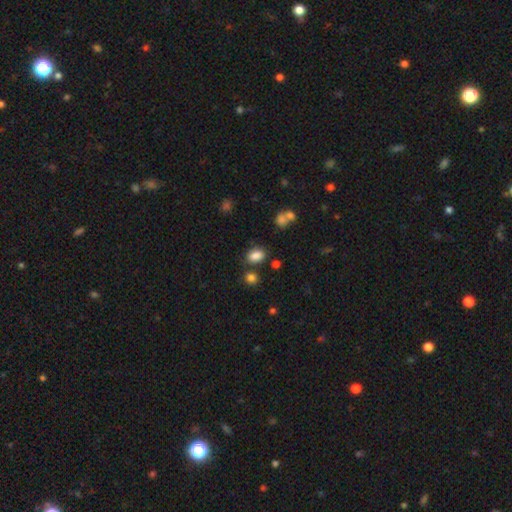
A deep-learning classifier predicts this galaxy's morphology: The model was most divided on "merging": none: 75%, minor disturbance: 13%, merger: 8%, major disturbance: 4%. More confident: smooth or featured — smooth (84%); how rounded — in between (80%).